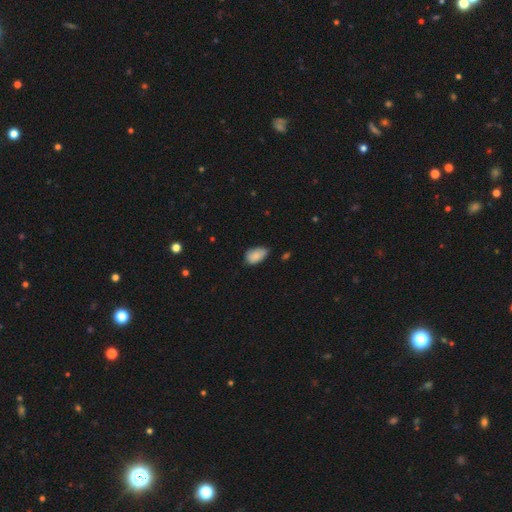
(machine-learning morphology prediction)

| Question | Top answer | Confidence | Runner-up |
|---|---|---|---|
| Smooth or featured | smooth | 86% | star or artifact (8%) |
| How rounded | in between | 91% | round (7%) |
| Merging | none | 53% | minor disturbance (39%) |